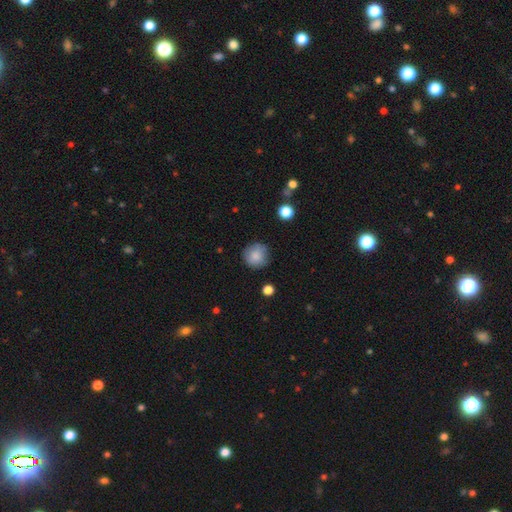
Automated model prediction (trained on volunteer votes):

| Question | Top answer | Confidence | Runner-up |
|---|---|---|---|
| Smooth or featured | smooth | 84% | star or artifact (8%) |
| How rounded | round | 93% | in between (6%) |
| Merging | none | 81% | minor disturbance (14%) |